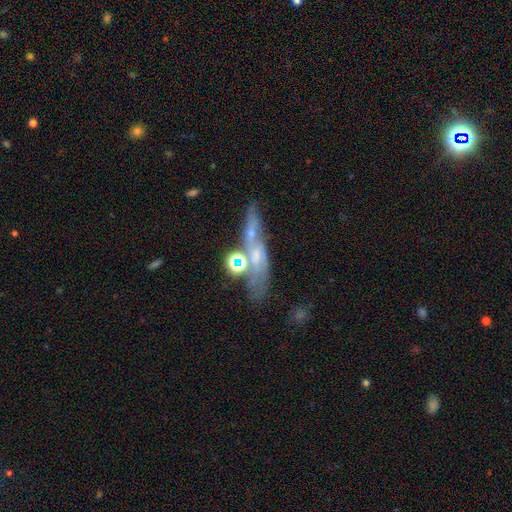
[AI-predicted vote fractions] Smooth or featured: featured or disk — 45% (smooth — 32%)
Merging: none — 45% (merger — 25%)